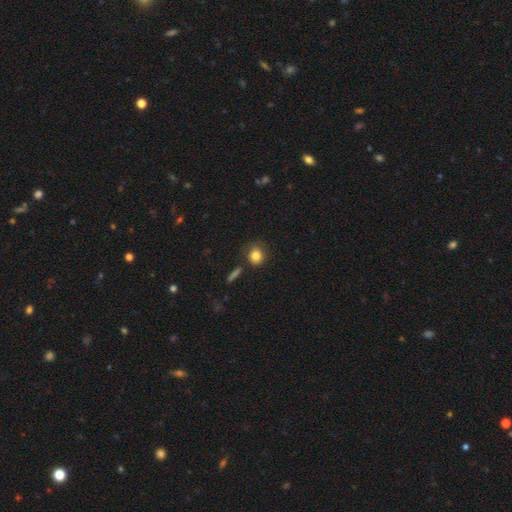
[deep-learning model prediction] smooth 83%, star or artifact 10%, featured or disk 7%. Down the decision tree: how rounded — round (74%); merging — none (73%).